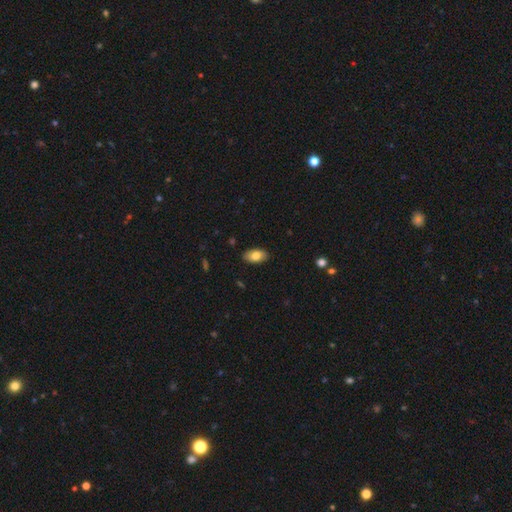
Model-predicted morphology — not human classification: Smooth or featured?
  - smooth: 80% *
  - featured or disk: 13%
  - star or artifact: 7%
How rounded?
  - in between: 94% *
  - round: 5%
  - cigar-shaped: 2%
Merging?
  - none: 88% *
  - minor disturbance: 9%
  - major disturbance: 2%
  - merger: 1%